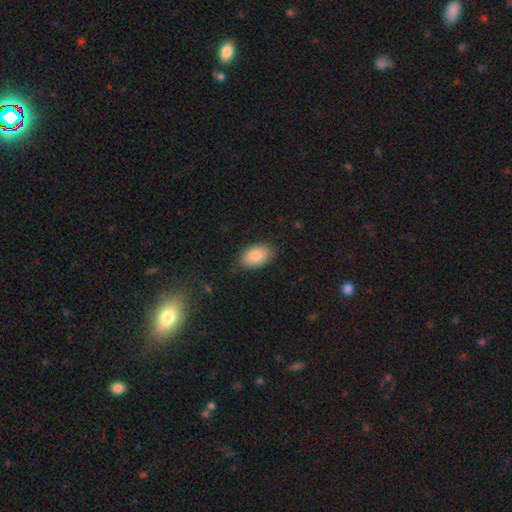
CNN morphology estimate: Smooth or featured: smooth — 86% (featured or disk — 8%)
How rounded: in between — 93% (round — 5%)
Merging: none — 84% (minor disturbance — 12%)